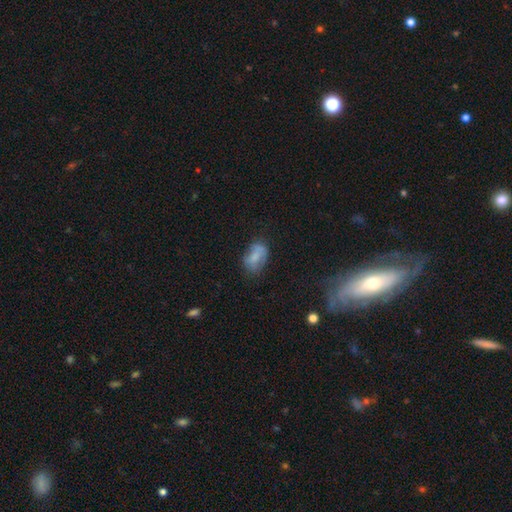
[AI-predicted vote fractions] Smooth or featured: smooth — 67% (featured or disk — 23%)
How rounded: in between — 85% (round — 13%)
Merging: none — 54% (minor disturbance — 30%)